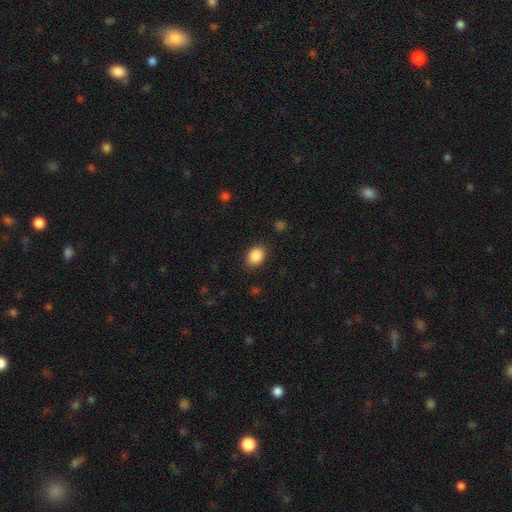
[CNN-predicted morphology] smooth 88%, star or artifact 8%, featured or disk 4%. Down the decision tree: how rounded — in between (70%); merging — none (86%).